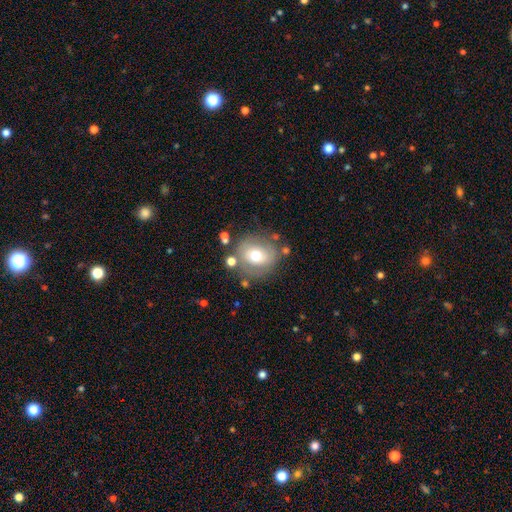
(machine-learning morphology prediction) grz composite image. It shows a smooth galaxy with no disk features (59%) that is round (81%). Merging: none (70%).